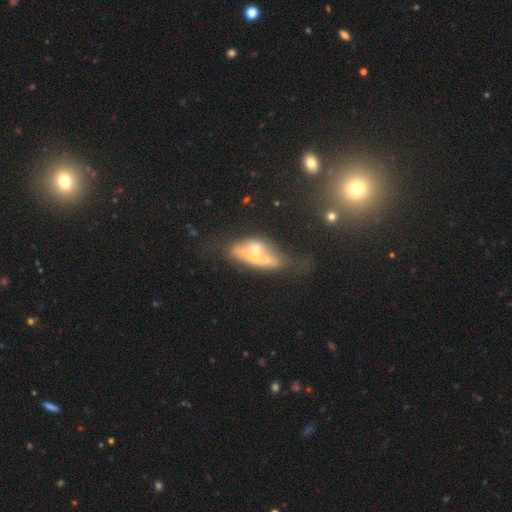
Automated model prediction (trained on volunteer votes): The model was most divided on "merging": merger: 38%, none: 26%, major disturbance: 19%, minor disturbance: 17%. More confident: edge-on disk — no (76%); smooth or featured — featured or disk (60%).